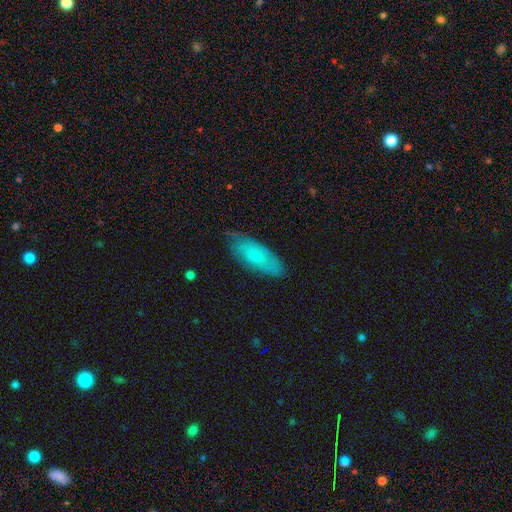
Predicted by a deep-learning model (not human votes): Morphology: type=smooth (62%); roundness=in between (74%); merging=none (72%).